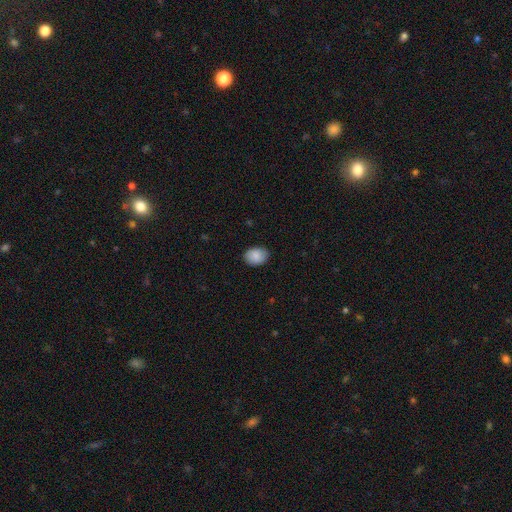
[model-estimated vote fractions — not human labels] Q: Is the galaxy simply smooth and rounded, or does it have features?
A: smooth — 87%.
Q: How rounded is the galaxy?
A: in between — 68%.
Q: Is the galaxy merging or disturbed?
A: none — 86%.